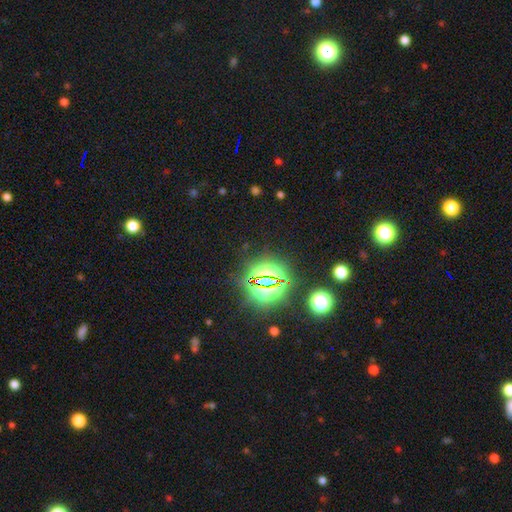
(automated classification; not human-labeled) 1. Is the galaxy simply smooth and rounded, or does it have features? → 81% star or artifact, 13% smooth, 6% featured or disk.